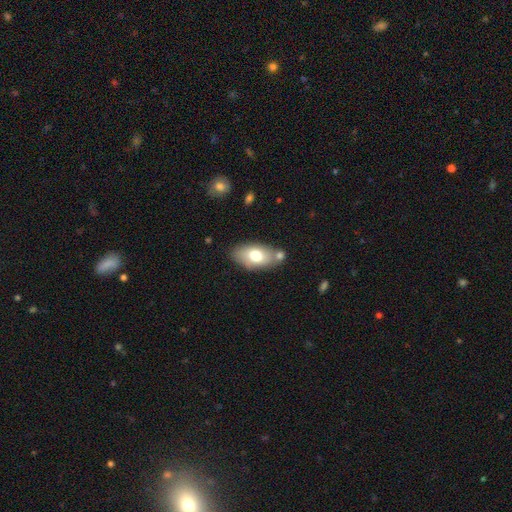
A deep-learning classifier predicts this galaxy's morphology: This is likely a smooth galaxy (71%). How rounded: clearly in between (92%). Merging: likely none (65%).